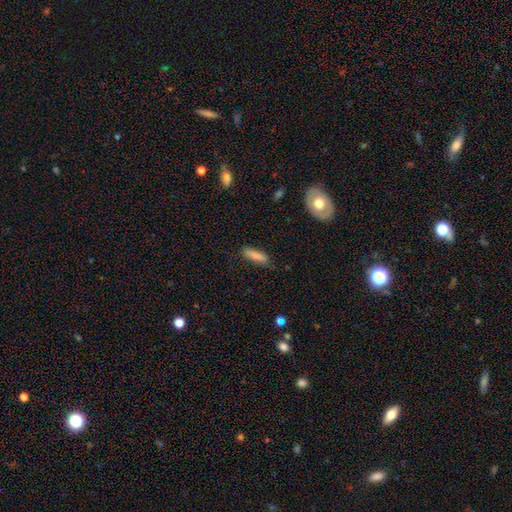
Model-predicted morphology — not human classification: This appears to be a smooth galaxy with no disk features (85%) that is cigar-shaped (63%). Merging: none (81%).